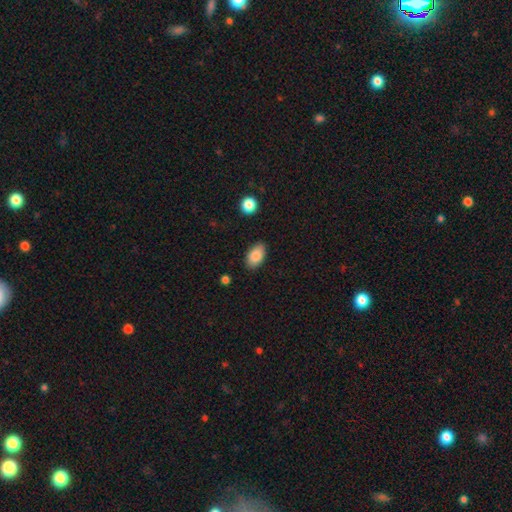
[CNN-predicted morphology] type=smooth (86%); roundness=in between (92%); merging=none (85%).